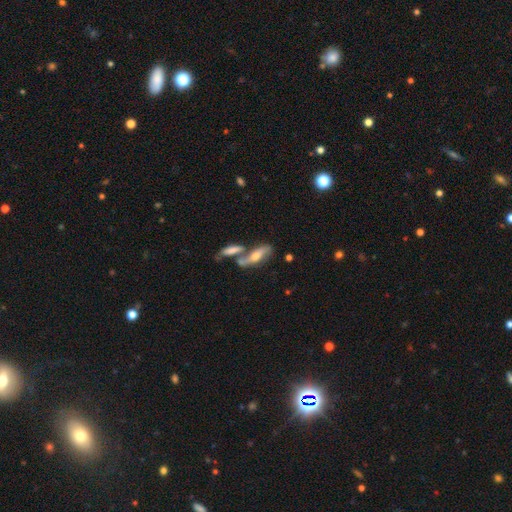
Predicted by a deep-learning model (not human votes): Smooth or featured: featured or disk — 58% (smooth — 34%)
Edge-on disk: no — 56% (yes — 44%)
Merging: merger — 44% (none — 39%)